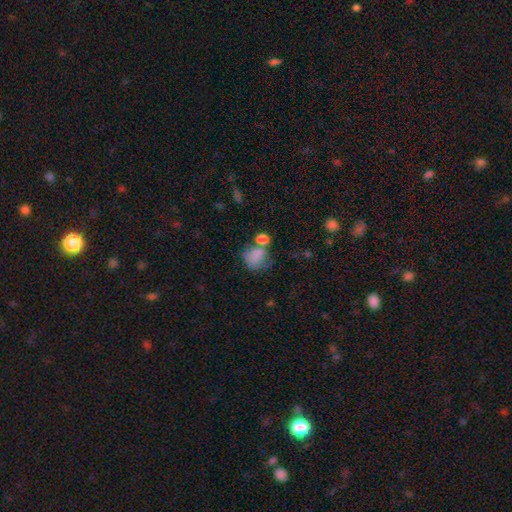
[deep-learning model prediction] Smooth or featured? Predicted: smooth (p=0.76). How rounded? Predicted: round (p=0.62). Merging? Predicted: none (p=0.39).